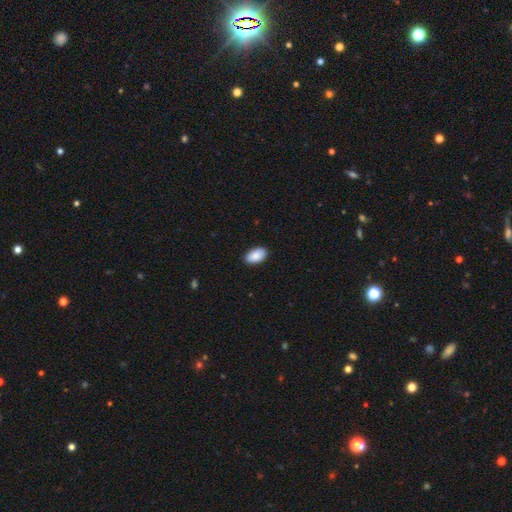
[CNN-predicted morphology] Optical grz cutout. It shows a smooth galaxy with no disk features (89%) that is in between round and cigar-shaped (95%). Merging: none (88%).